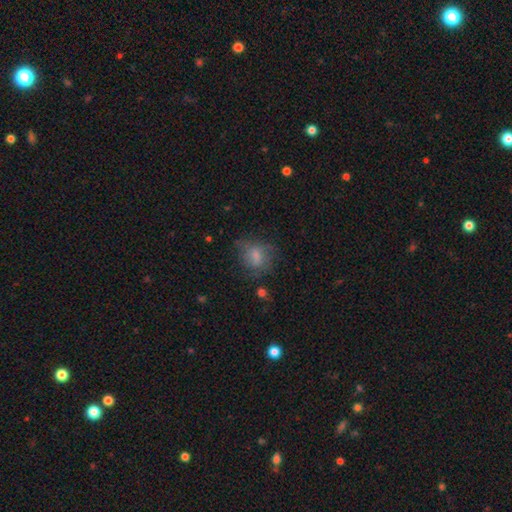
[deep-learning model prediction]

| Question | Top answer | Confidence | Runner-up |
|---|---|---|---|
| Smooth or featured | smooth | 56% | featured or disk (28%) |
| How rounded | round | 59% | in between (39%) |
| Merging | none | 61% | minor disturbance (23%) |